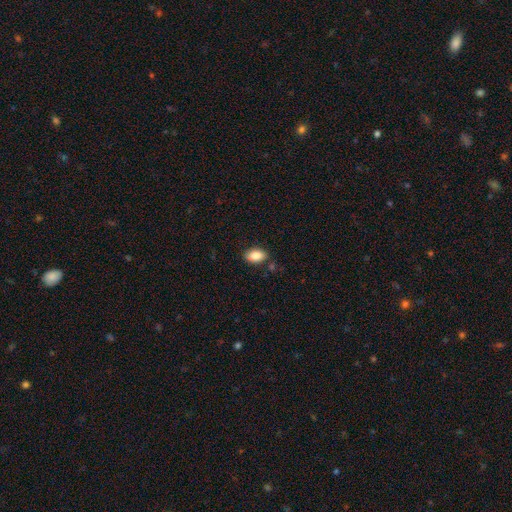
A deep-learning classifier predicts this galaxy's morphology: This is clearly a smooth galaxy (87%). How rounded: clearly in between (91%). Merging: clearly none (80%).